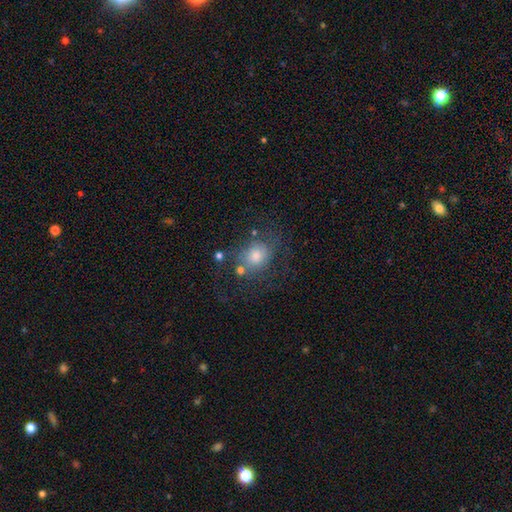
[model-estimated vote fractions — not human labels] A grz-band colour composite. It shows a smooth galaxy with no disk features (54%) that is round (71%). Merging: none (58%).